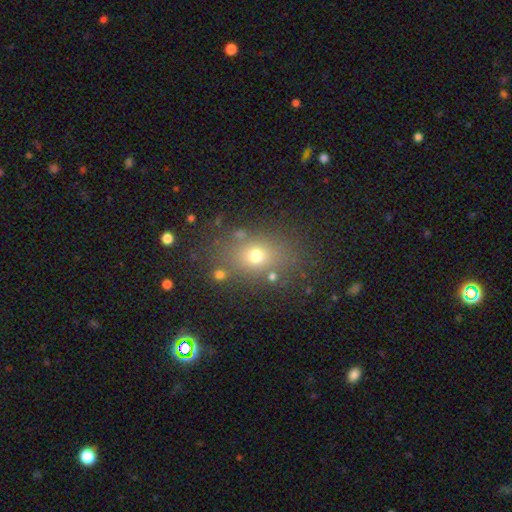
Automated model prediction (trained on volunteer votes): Smooth or featured: smooth — 67% (star or artifact — 20%)
How rounded: in between — 54% (round — 44%)
Merging: none — 75% (minor disturbance — 13%)